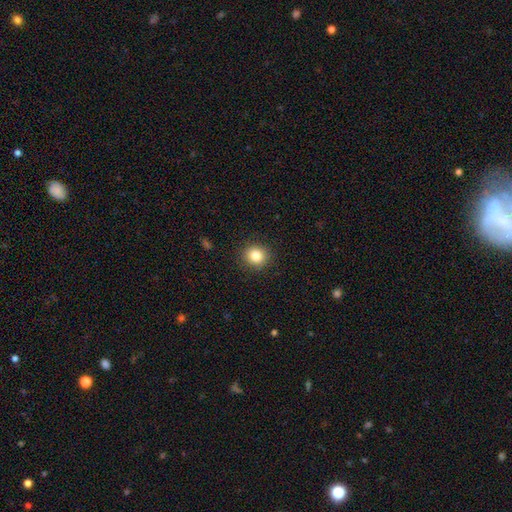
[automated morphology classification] A smooth galaxy with no disk features (83%) that is round (86%). Merging: none (91%).